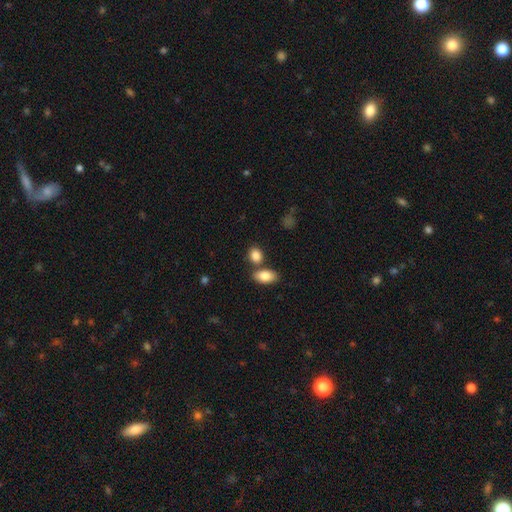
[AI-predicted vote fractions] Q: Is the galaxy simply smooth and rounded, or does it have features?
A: smooth — 86%.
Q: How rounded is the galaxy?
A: in between — 69%.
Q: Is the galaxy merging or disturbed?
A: none — 61%.